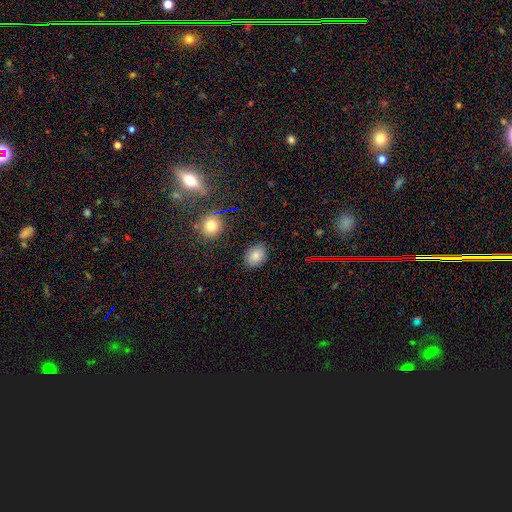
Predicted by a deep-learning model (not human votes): smooth-or-featured: smooth: 82% | star or artifact: 11% | featured or disk: 7%
  how-rounded: in between: 67% | round: 32% | cigar-shaped: 1%
  merging: none: 86% | minor disturbance: 10% | major disturbance: 2% | merger: 2%